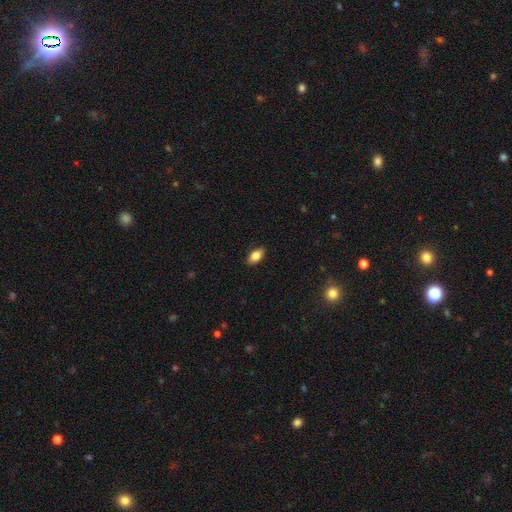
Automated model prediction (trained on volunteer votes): smooth-or-featured: smooth: 83% | featured or disk: 9% | star or artifact: 8%
  how-rounded: in between: 90% | round: 5% | cigar-shaped: 4%
  merging: none: 88% | minor disturbance: 9% | major disturbance: 2% | merger: 1%